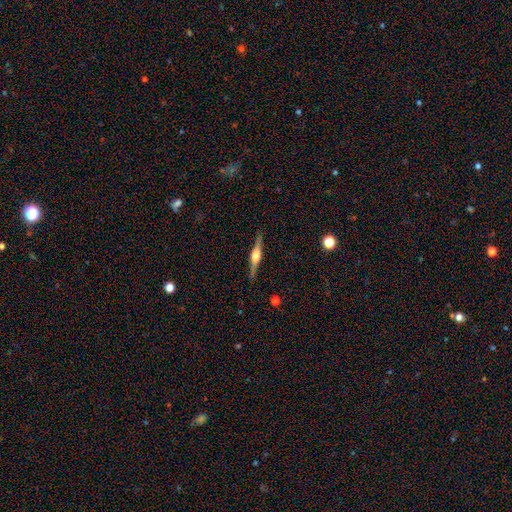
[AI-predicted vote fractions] The model was most divided on "smooth or featured": featured or disk: 79%, smooth: 16%, star or artifact: 5%. More confident: edge-on disk — yes (98%); edge-on bulge — rounded (92%); merging — none (90%).